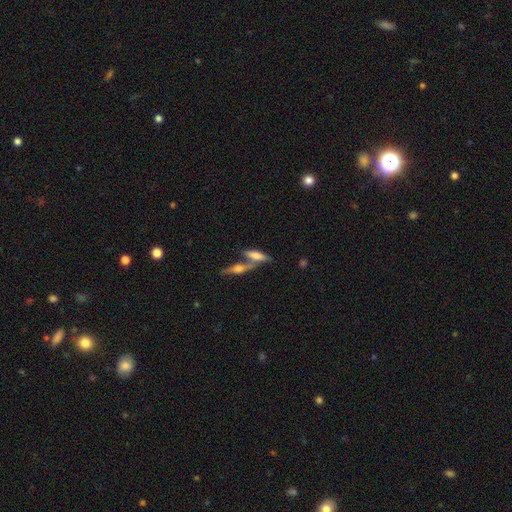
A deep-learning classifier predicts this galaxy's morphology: smooth 52%, featured or disk 40%, star or artifact 8%. Down the decision tree: how rounded — cigar-shaped (57%); merging — merger (45%).